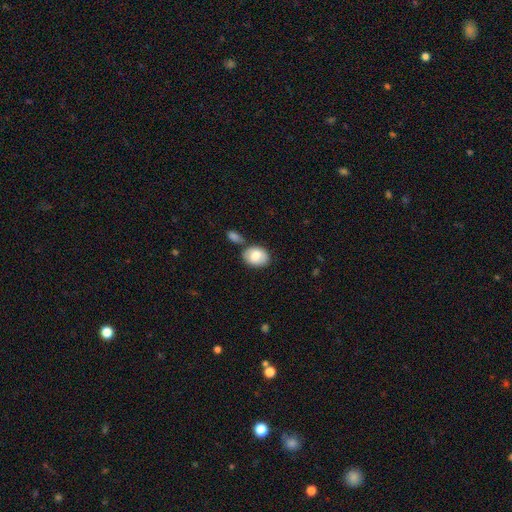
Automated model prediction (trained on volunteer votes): A smooth galaxy with no disk features (78%) that is in between round and cigar-shaped (72%). Merging: none (58%).